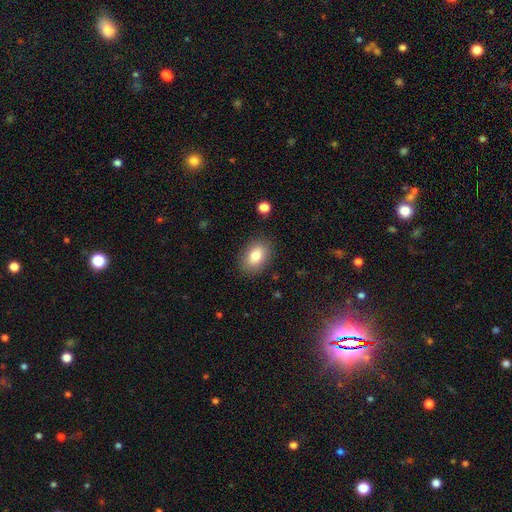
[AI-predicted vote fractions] Smooth or featured: smooth — 81% (featured or disk — 11%)
How rounded: in between — 81% (round — 17%)
Merging: none — 86% (minor disturbance — 10%)